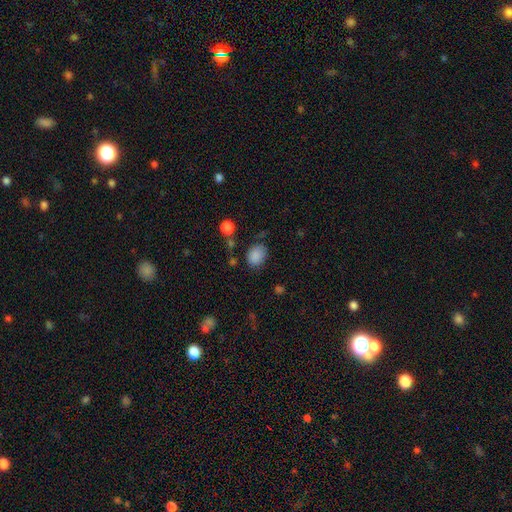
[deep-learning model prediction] Q: Smooth or featured?
A: smooth (85%); runner-up: star or artifact (10%)
Q: How rounded?
A: in between (57%); runner-up: round (42%)
Q: Merging?
A: none (69%); runner-up: minor disturbance (22%)